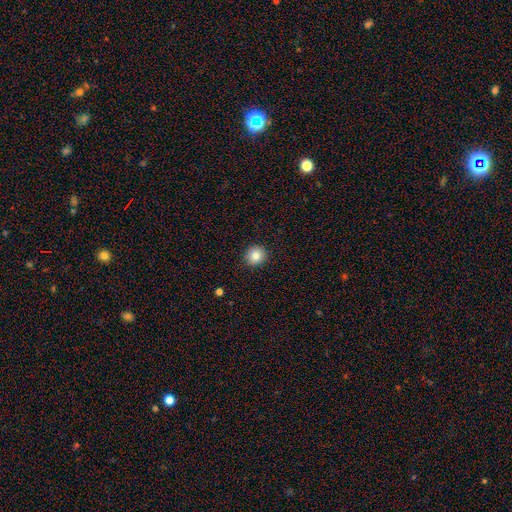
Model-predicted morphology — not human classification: smooth 82%, star or artifact 10%, featured or disk 8%. Down the decision tree: how rounded — round (90%); merging — none (91%).